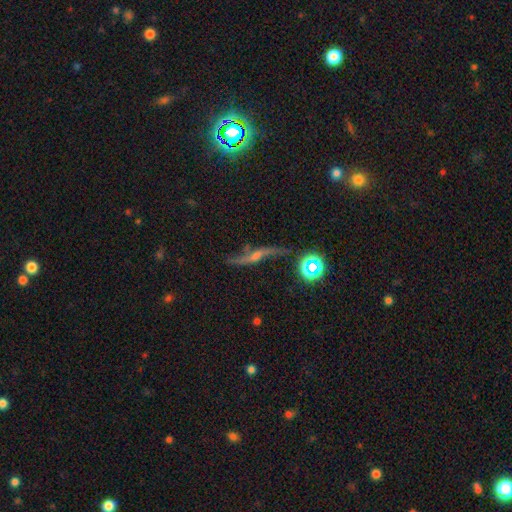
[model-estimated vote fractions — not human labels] smooth_or_featured: featured or disk (p=0.76) [alt: star or artifact p=0.13]
disk_edge_on: no (p=0.53) [alt: yes p=0.47]
merging: none (p=0.68) [alt: minor disturbance p=0.18]